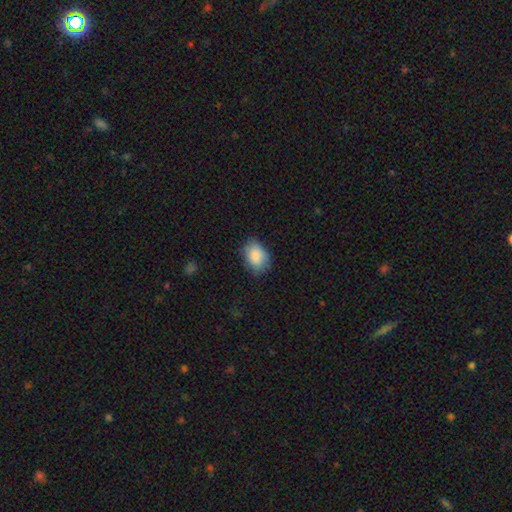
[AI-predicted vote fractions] Smooth or featured?
  - smooth: 88% *
  - star or artifact: 7%
  - featured or disk: 5%
How rounded?
  - in between: 80% *
  - round: 19%
  - cigar-shaped: 1%
Merging?
  - none: 75% *
  - minor disturbance: 19%
  - major disturbance: 4%
  - merger: 1%